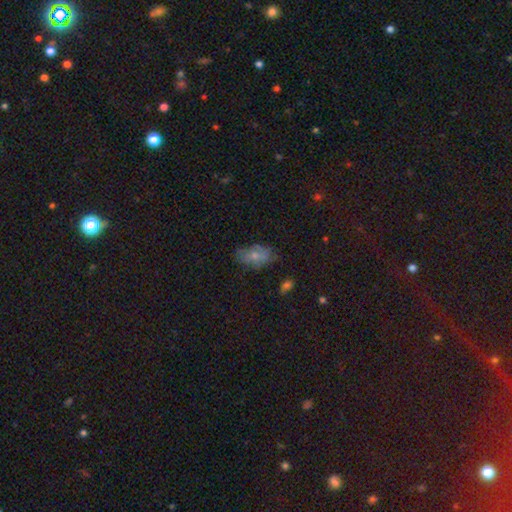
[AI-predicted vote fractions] Smooth or featured? Predicted: smooth (p=0.63). How rounded? Predicted: in between (p=0.90). Merging? Predicted: none (p=0.61).